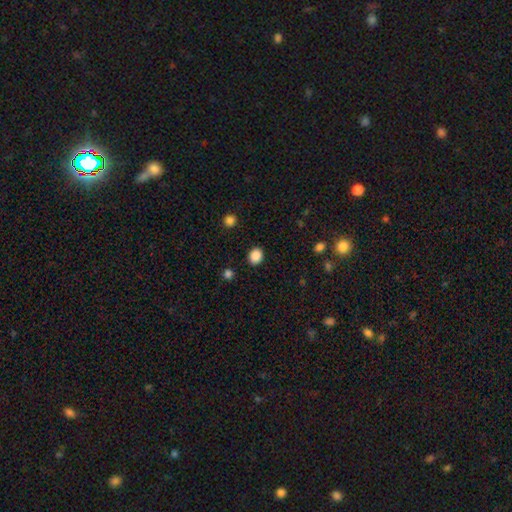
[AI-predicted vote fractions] The model was most divided on "how rounded": round: 59%, in between: 41%, cigar-shaped: 1%. More confident: merging — none (89%); smooth or featured — smooth (87%).